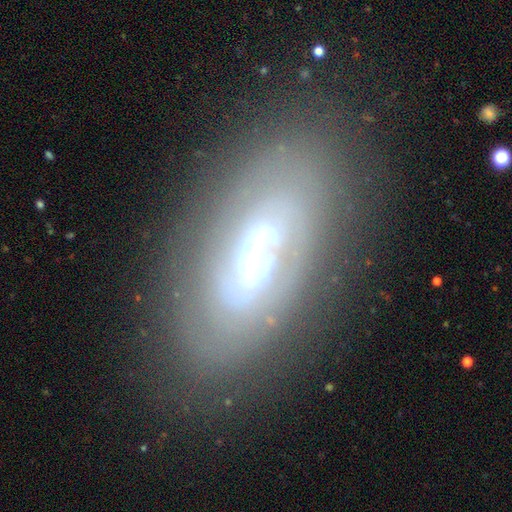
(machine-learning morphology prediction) Smooth or featured? featured or disk (72%)
Edge-on disk? no (87%)
Bar? weak (34%, tied with no)
Spiral arms? yes (66%)
Bulge size? moderate (38%)
Merging? none (75%)